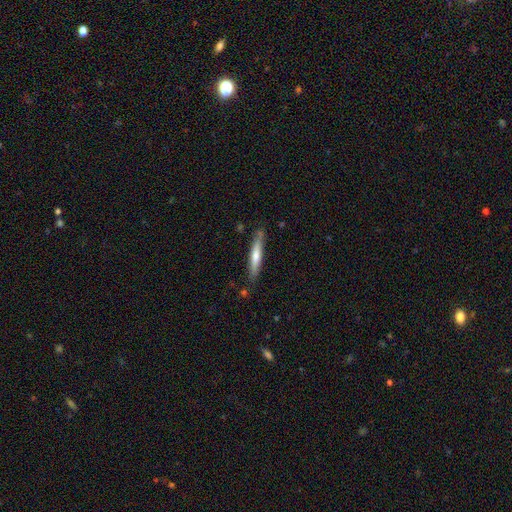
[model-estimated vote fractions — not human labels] A smooth galaxy with no disk features (56%) that is cigar-shaped (92%). Merging: none (82%).